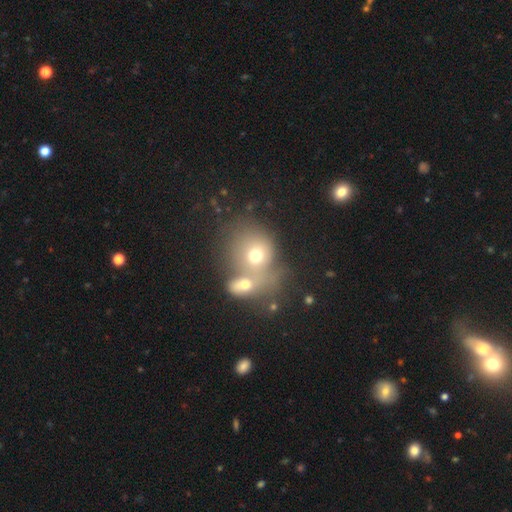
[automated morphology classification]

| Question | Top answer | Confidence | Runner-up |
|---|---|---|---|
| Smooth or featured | smooth | 66% | featured or disk (20%) |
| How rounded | round | 65% | in between (34%) |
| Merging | merger | 60% | none (23%) |